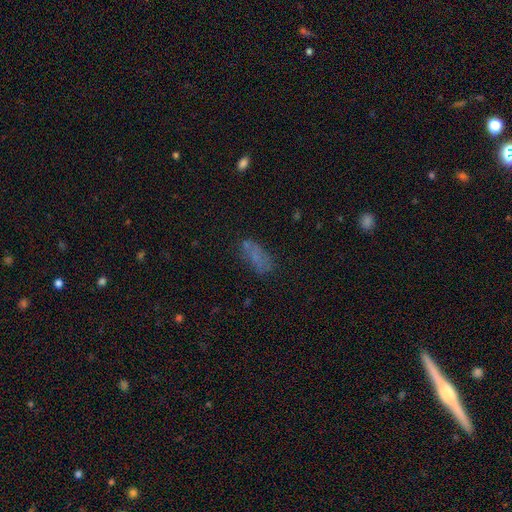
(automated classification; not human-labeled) Smooth or featured?
  - smooth: 59% *
  - featured or disk: 24%
  - star or artifact: 17%
How rounded?
  - in between: 77% *
  - cigar-shaped: 19%
  - round: 4%
Merging?
  - none: 59% *
  - minor disturbance: 20%
  - major disturbance: 13%
  - merger: 8%